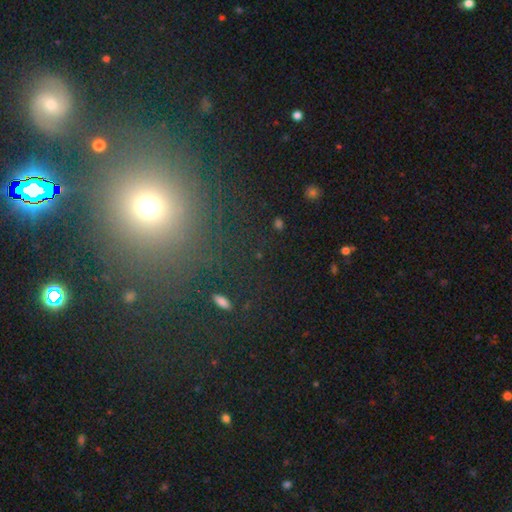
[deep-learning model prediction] smooth_or_featured: smooth (p=0.47) [alt: star or artifact p=0.44]
merging: none (p=0.80) [alt: minor disturbance p=0.09]